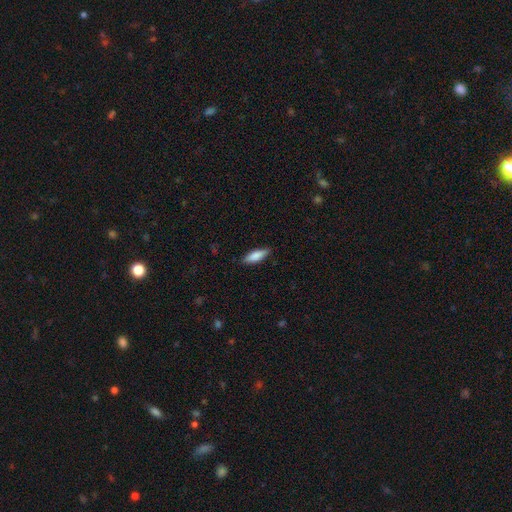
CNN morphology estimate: smooth_or_featured: smooth (p=0.83) [alt: featured or disk p=0.11]
how_rounded: in between (p=0.55) [alt: cigar-shaped p=0.43]
merging: none (p=0.85) [alt: minor disturbance p=0.12]